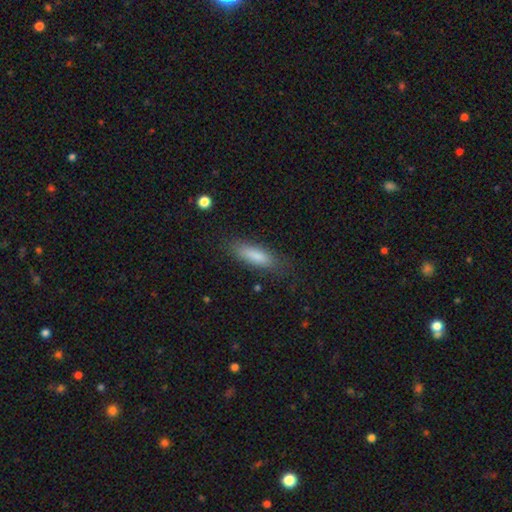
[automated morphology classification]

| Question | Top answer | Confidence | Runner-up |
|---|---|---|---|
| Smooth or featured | smooth | 81% | featured or disk (12%) |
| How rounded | cigar-shaped | 50% | in between (48%) |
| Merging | none | 78% | minor disturbance (15%) |